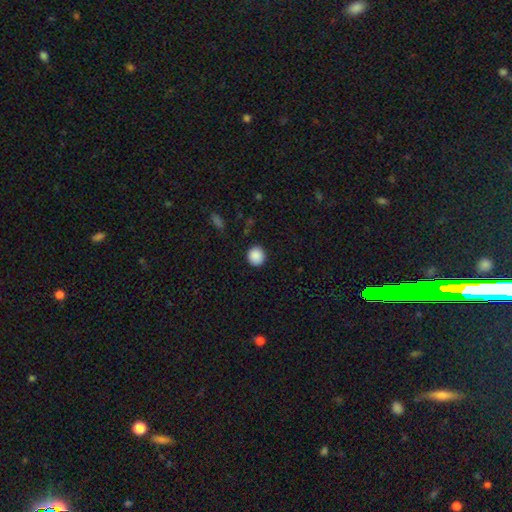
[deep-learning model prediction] This is clearly a smooth galaxy (89%). How rounded: clearly round (91%). Merging: clearly none (91%).